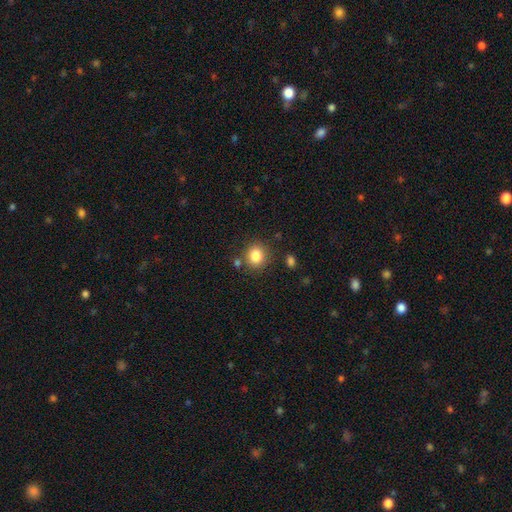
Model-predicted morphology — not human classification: This is clearly a smooth galaxy (84%). How rounded: likely round (77%). Merging: clearly none (80%).